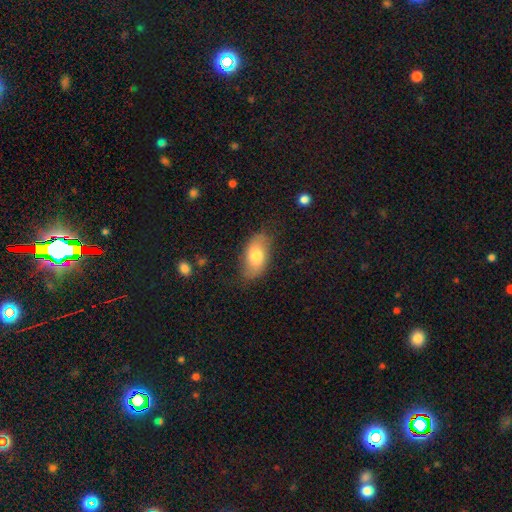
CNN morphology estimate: This appears to be a smooth galaxy with no disk features (72%) that is in between round and cigar-shaped (93%). Merging: none (73%).